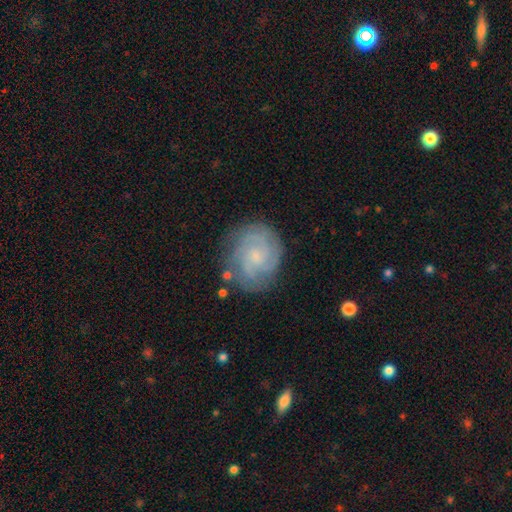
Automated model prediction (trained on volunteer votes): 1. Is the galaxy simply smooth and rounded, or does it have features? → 79% featured or disk, 14% smooth, 7% star or artifact.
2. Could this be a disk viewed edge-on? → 98% no, 2% yes.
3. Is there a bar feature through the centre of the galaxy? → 66% no, 30% weak, 4% strong.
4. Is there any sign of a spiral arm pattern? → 96% yes, 4% no.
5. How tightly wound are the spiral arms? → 65% tight, 29% medium, 6% loose.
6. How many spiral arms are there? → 31% 3, 23% can't tell, 23% 2, 13% 4, 5% more than 4, 5% 1.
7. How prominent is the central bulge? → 64% small, 20% moderate, 13% none, 2% large, 1% dominant.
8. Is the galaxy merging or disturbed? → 79% none, 15% minor disturbance, 5% major disturbance, 2% merger.